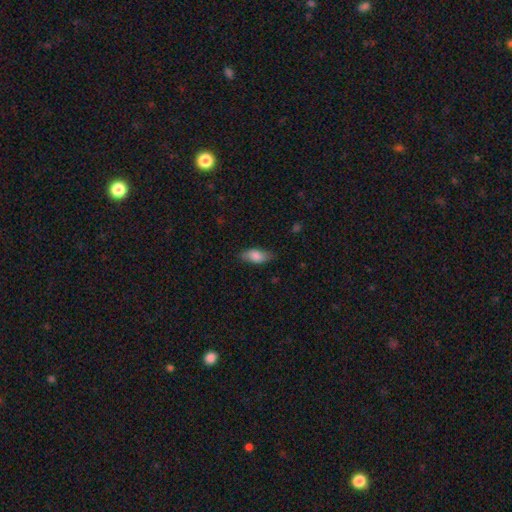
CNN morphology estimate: Smooth or featured? Predicted: smooth (p=0.81). How rounded? Predicted: in between (p=0.84). Merging? Predicted: none (p=0.79).